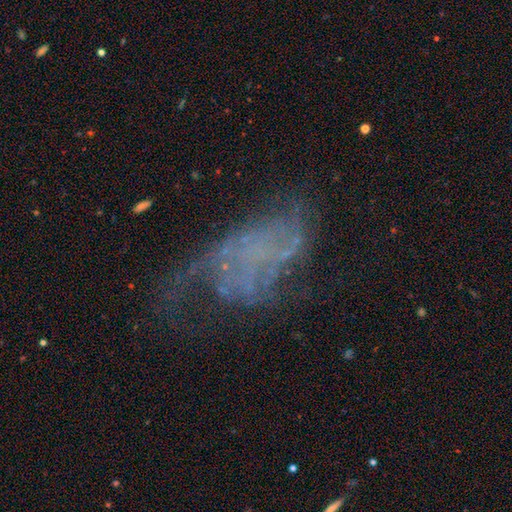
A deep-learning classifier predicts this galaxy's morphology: A featured or disk galaxy (61%) with no bar (87%), no spiral arms (59%) and no central bulge (86%). Merging: major disturbance (44%).